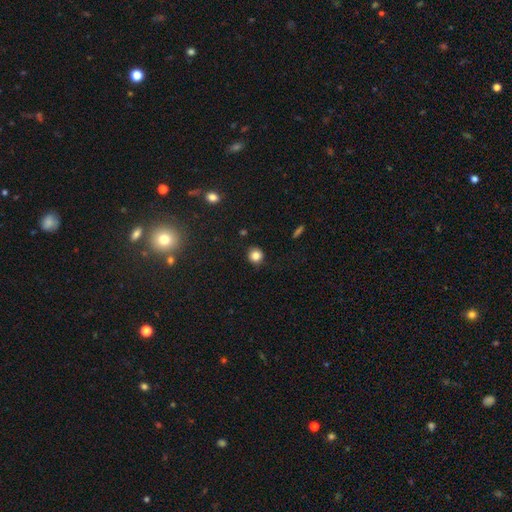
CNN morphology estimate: smooth 83%, star or artifact 12%, featured or disk 5%. Down the decision tree: how rounded — round (91%); merging — none (89%).